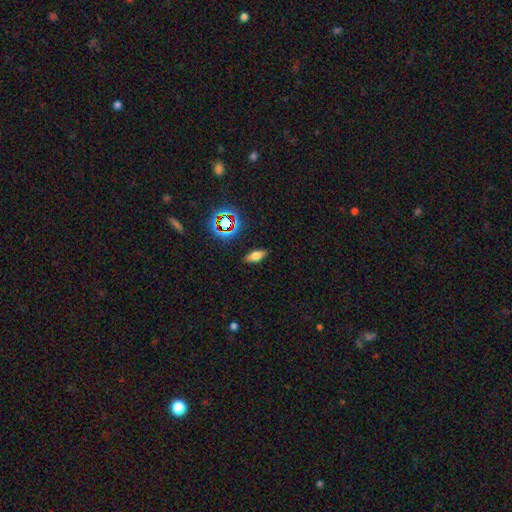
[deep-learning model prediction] smooth 63%, featured or disk 20%, star or artifact 17%. Down the decision tree: how rounded — in between (76%); merging — none (87%).